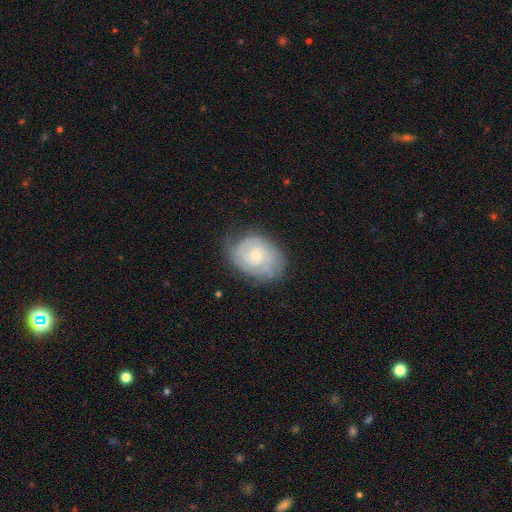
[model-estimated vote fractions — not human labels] Morphology: type=featured or disk (85%); edge-on=no (97%); bar=no (74%); spiral arms=yes (97%); winding=tight (75%); arm count=2 (37%); bulge=small (70%); merging=none (76%).